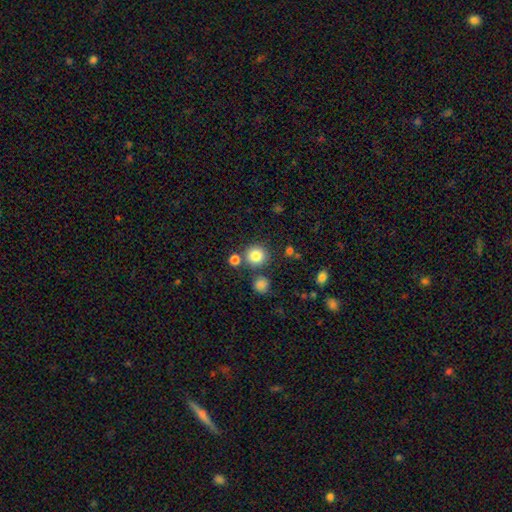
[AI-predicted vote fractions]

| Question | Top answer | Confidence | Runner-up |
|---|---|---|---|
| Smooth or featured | smooth | 82% | star or artifact (12%) |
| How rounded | round | 90% | in between (9%) |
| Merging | none | 77% | merger (11%) |